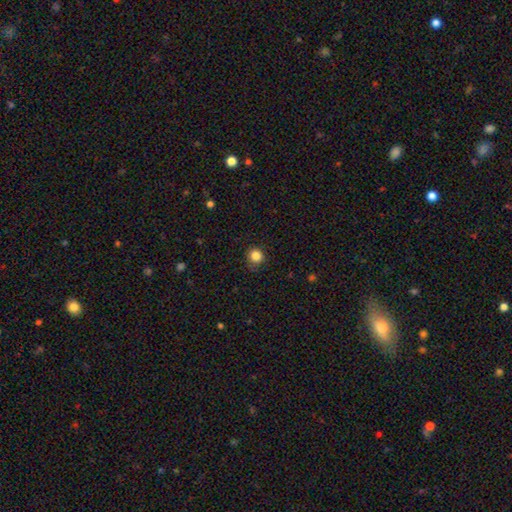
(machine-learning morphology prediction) type=smooth (84%); roundness=round (90%); merging=none (84%).